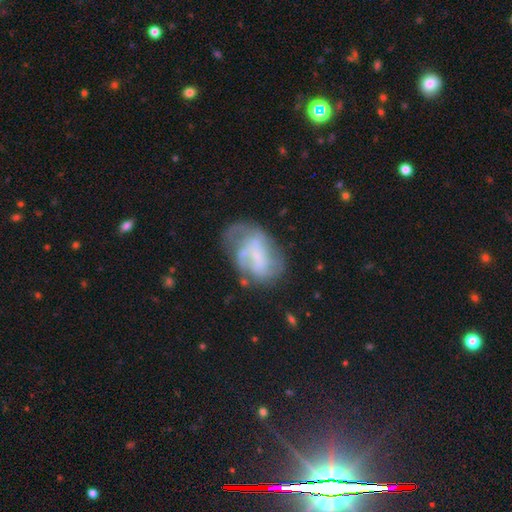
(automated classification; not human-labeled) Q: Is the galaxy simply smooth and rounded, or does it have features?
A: featured or disk — 58%.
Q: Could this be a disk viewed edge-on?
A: no — 97%.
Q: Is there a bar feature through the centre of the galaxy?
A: no — 65%.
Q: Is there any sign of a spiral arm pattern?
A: no — 56%.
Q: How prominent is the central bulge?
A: none — 48%.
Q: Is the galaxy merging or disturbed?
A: none — 37%.